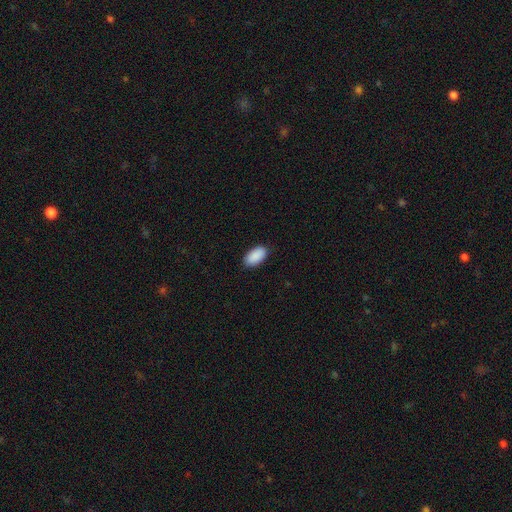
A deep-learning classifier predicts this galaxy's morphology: Smooth or featured?
  - smooth: 91% *
  - star or artifact: 6%
  - featured or disk: 3%
How rounded?
  - in between: 95% *
  - round: 3%
  - cigar-shaped: 2%
Merging?
  - none: 88% *
  - minor disturbance: 9%
  - major disturbance: 2%
  - merger: 1%